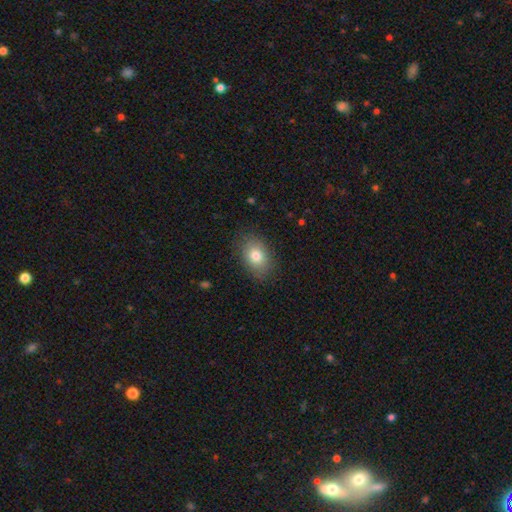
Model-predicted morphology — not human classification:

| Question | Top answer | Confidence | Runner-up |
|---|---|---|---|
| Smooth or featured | smooth | 80% | featured or disk (12%) |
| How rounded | in between | 80% | round (18%) |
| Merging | none | 84% | minor disturbance (12%) |